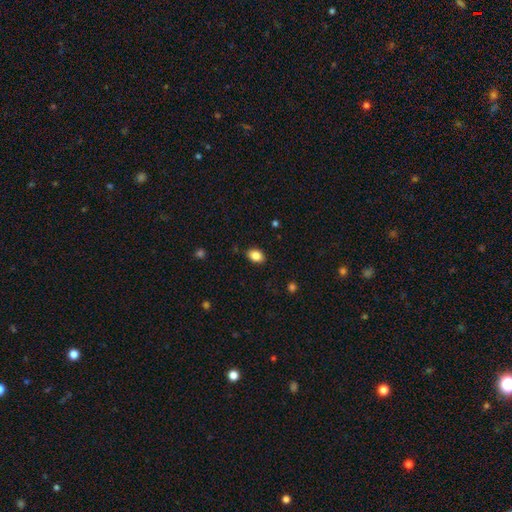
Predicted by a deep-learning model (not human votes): Smooth or featured?
  - smooth: 85% *
  - star or artifact: 9%
  - featured or disk: 6%
How rounded?
  - in between: 81% *
  - round: 18%
  - cigar-shaped: 1%
Merging?
  - none: 87% *
  - minor disturbance: 10%
  - major disturbance: 2%
  - merger: 1%